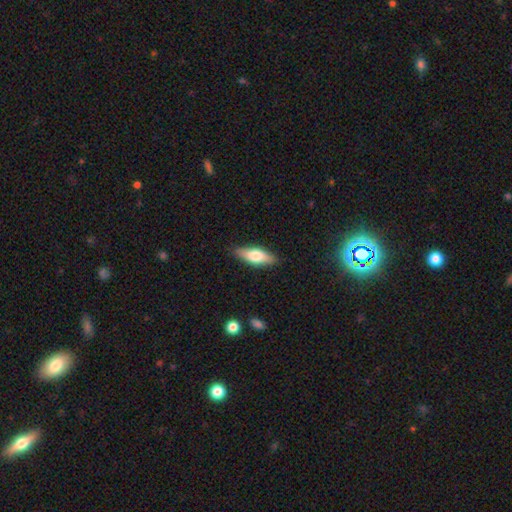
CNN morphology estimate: This appears to be a smooth galaxy with no disk features (64%) that is in between round and cigar-shaped (61%). Merging: none (86%).